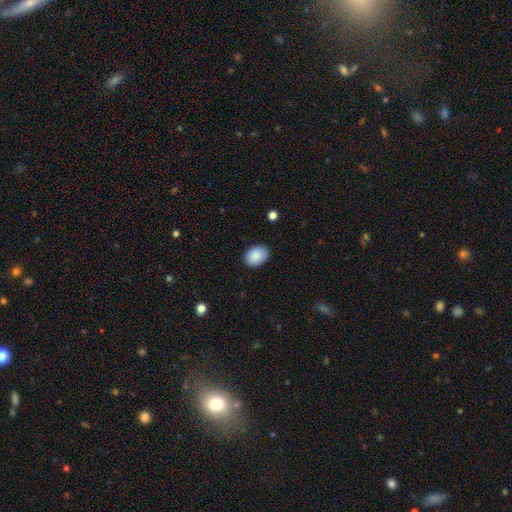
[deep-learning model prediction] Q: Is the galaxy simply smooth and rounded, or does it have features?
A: smooth — 89%.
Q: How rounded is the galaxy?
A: in between — 82%.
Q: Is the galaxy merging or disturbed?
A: none — 87%.